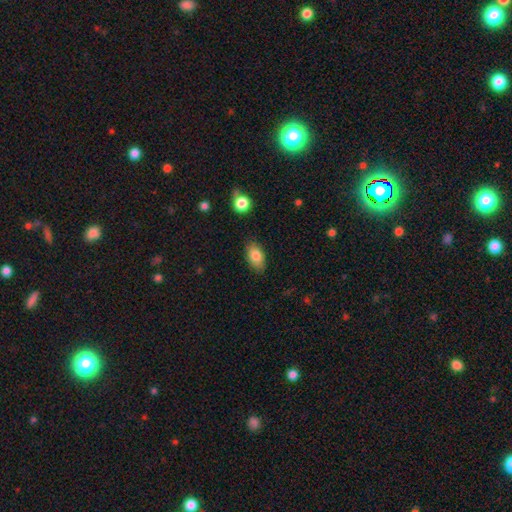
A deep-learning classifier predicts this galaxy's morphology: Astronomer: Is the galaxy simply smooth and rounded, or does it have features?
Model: smooth — 82%.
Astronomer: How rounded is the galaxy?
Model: in between — 90%.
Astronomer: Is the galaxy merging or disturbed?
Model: none — 83%.